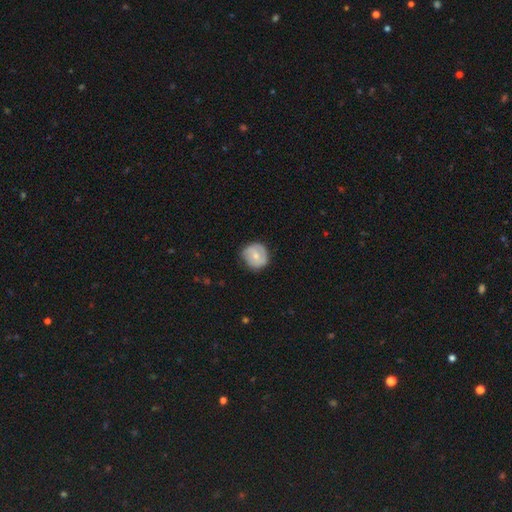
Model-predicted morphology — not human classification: Q: Smooth or featured?
A: smooth (56%); runner-up: featured or disk (38%)
Q: How rounded?
A: round (88%); runner-up: in between (11%)
Q: Merging?
A: none (73%); runner-up: minor disturbance (21%)